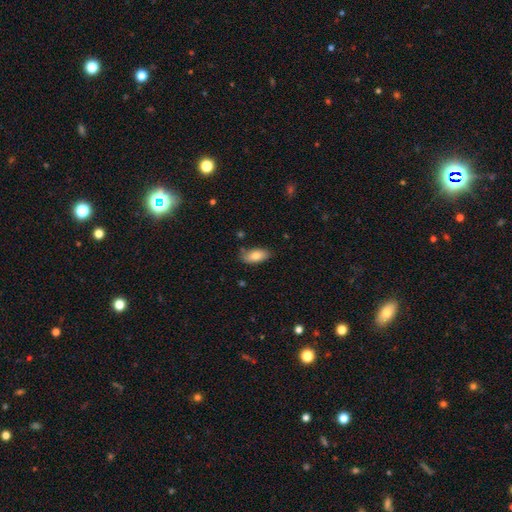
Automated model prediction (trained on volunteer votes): Q: Smooth or featured?
A: smooth (80%); runner-up: featured or disk (13%)
Q: How rounded?
A: in between (90%); runner-up: cigar-shaped (7%)
Q: Merging?
A: none (75%); runner-up: minor disturbance (18%)